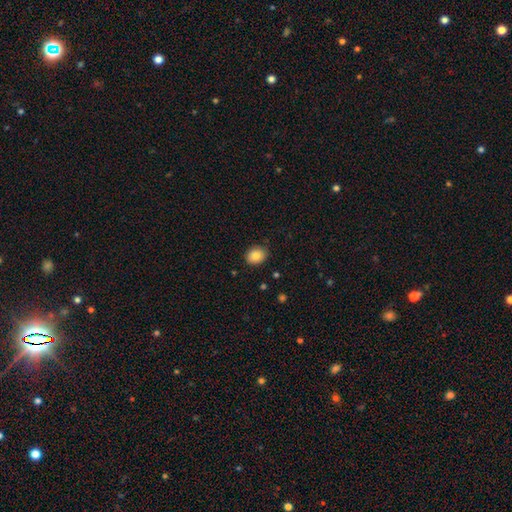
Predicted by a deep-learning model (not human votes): Morphology: type=smooth (84%); roundness=round (54%); merging=none (87%).